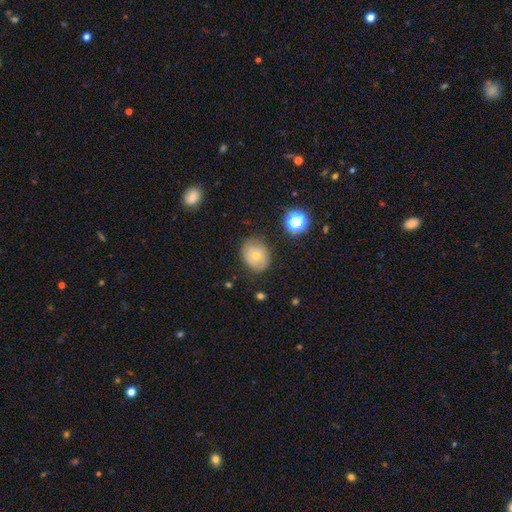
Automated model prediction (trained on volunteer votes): The model was most divided on "how rounded": round: 52%, in between: 48%, cigar-shaped: 1%. More confident: merging — none (76%); smooth or featured — smooth (67%).